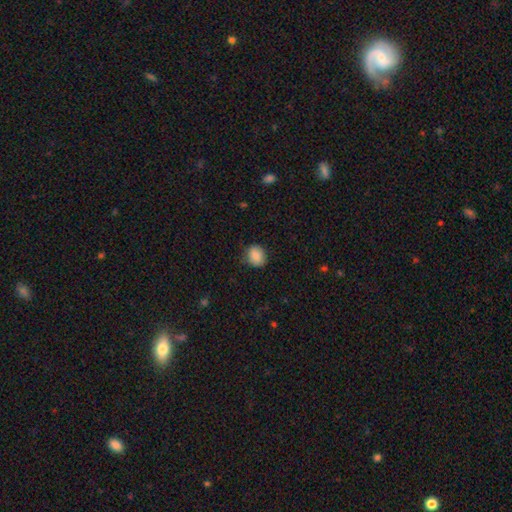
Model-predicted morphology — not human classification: smooth-or-featured: smooth: 87% | star or artifact: 8% | featured or disk: 5%
  how-rounded: round: 63% | in between: 36% | cigar-shaped: 1%
  merging: none: 81% | minor disturbance: 15% | major disturbance: 3% | merger: 1%